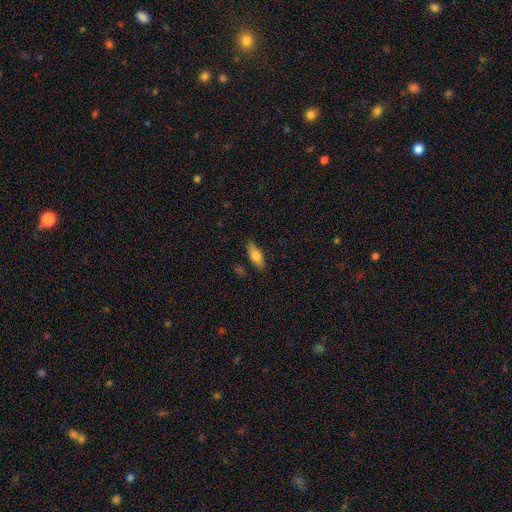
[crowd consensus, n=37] Morphology: type=smooth (76%); roundness=in between (57%); merging=none (77%).